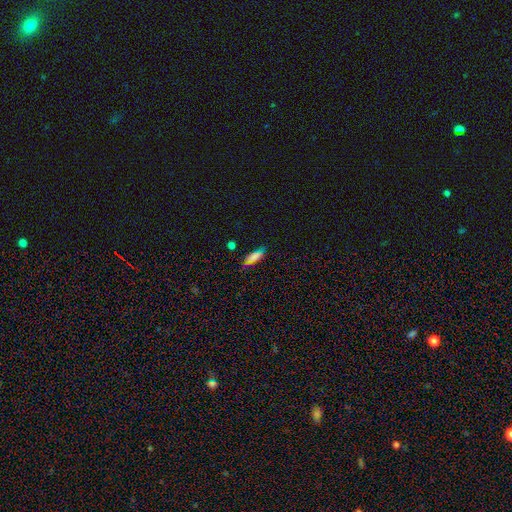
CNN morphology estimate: Overall: smooth (74%). How rounded: in between (67%; cigar-shaped 30%). Merging: none (71%).